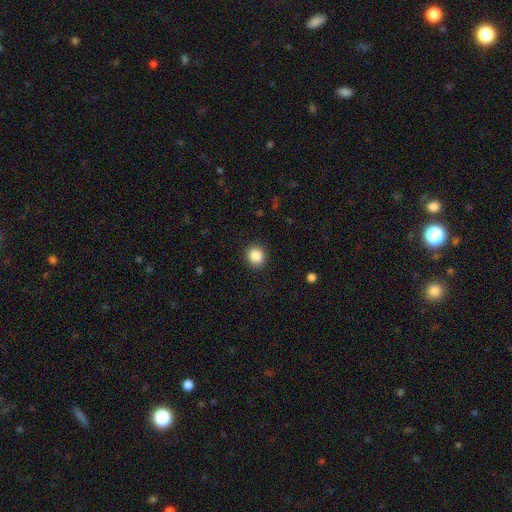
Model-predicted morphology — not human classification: Smooth or featured? Predicted: smooth (p=0.87). How rounded? Predicted: round (p=0.79). Merging? Predicted: none (p=0.90).